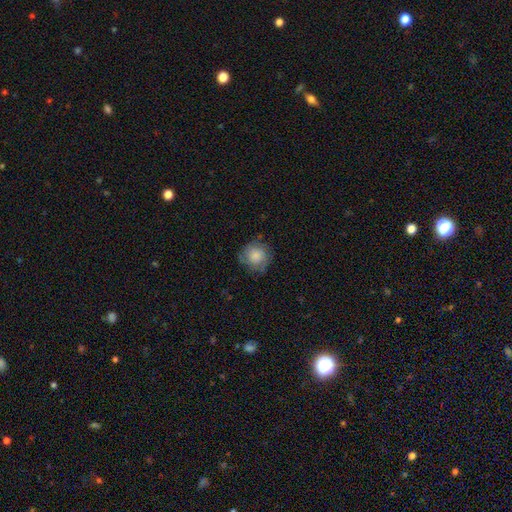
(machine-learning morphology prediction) smooth-or-featured: smooth: 74% | featured or disk: 18% | star or artifact: 8%
  how-rounded: round: 91% | in between: 8% | cigar-shaped: 1%
  merging: none: 71% | minor disturbance: 20% | major disturbance: 7% | merger: 1%